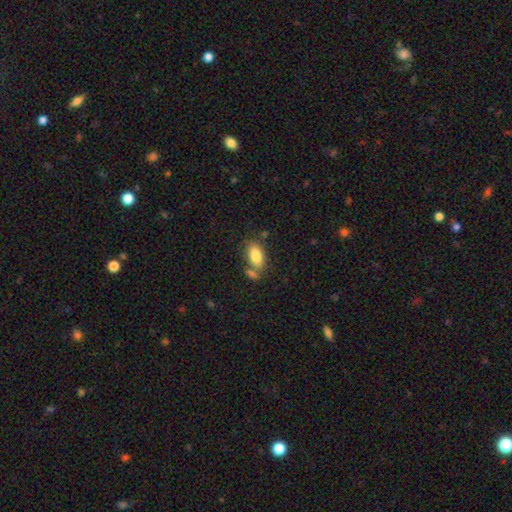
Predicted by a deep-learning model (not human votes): This is clearly a smooth galaxy (83%). How rounded: clearly in between (91%). Merging: possibly none (57%).